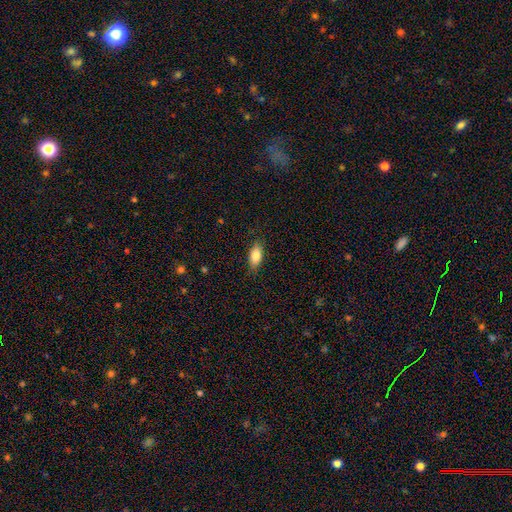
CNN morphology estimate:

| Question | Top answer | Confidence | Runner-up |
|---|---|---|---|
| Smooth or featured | smooth | 81% | featured or disk (13%) |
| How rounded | in between | 86% | cigar-shaped (11%) |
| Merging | none | 84% | minor disturbance (12%) |